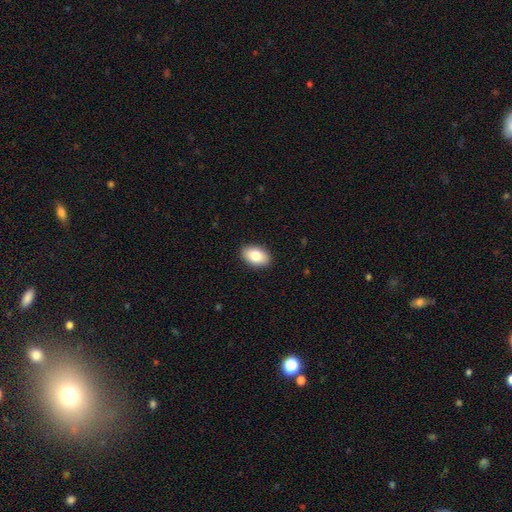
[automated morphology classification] Smooth or featured? smooth (82%)
How rounded? in between (90%)
Merging? none (90%)